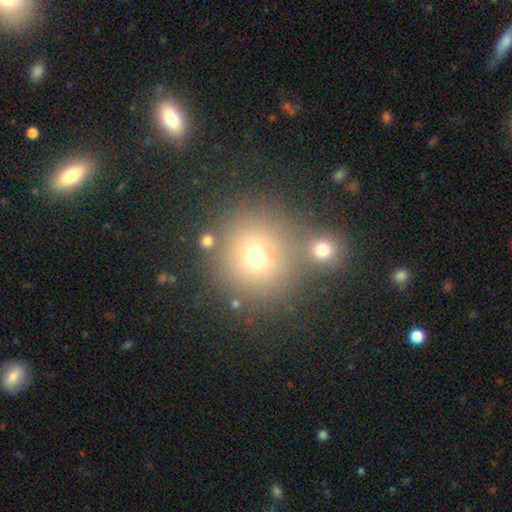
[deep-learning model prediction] A smooth galaxy with no disk features (68%) that is round (92%).

Vote fractions:
- Smooth or featured? smooth: 68% / star or artifact: 20% / featured or disk: 13%
- How rounded? round: 92% / in between: 7% / cigar-shaped: 1%
- Merging? none: 71% / merger: 16% / minor disturbance: 9% / major disturbance: 4%